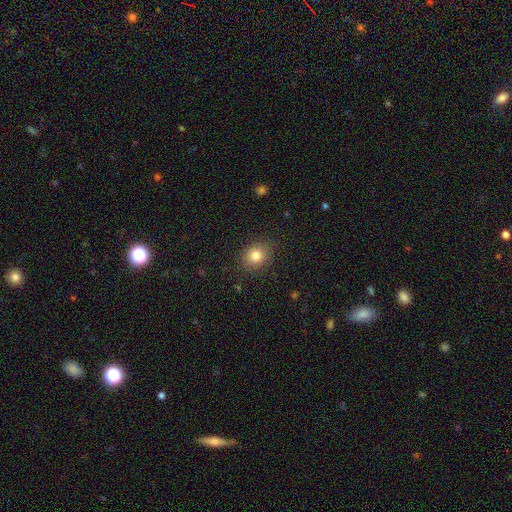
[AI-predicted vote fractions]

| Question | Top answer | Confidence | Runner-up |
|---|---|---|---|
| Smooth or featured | smooth | 81% | star or artifact (11%) |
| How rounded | round | 69% | in between (30%) |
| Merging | none | 86% | minor disturbance (10%) |